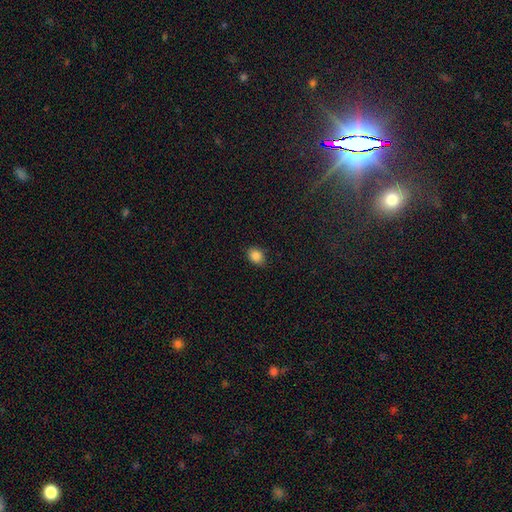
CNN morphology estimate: A smooth galaxy with no disk features (86%) that is in between round and cigar-shaped (67%). Merging: none (84%).